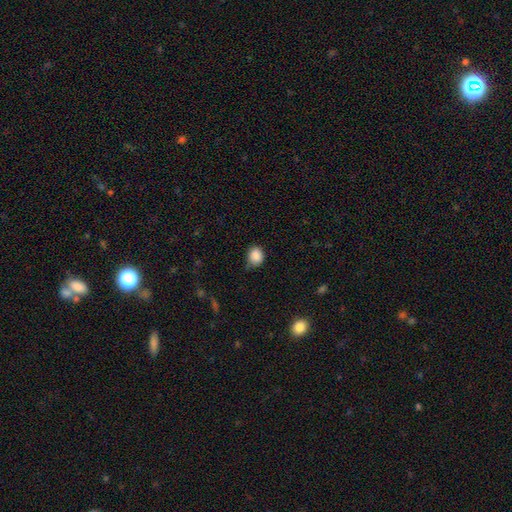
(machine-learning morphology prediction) A smooth galaxy with no disk features (87%) that is round (63%).

Vote fractions:
- Smooth or featured? smooth: 87% / star or artifact: 9% / featured or disk: 4%
- How rounded? round: 63% / in between: 36% / cigar-shaped: 1%
- Merging? none: 67% / minor disturbance: 27% / major disturbance: 5% / merger: 2%